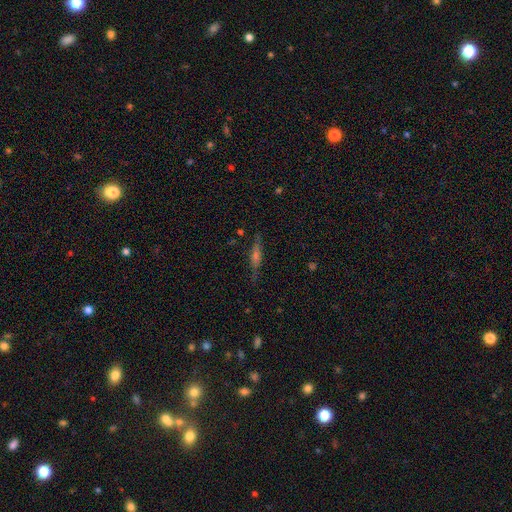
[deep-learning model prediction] Smooth or featured? Predicted: featured or disk (p=0.62). Edge-on disk? Predicted: yes (p=0.95). Edge-on bulge? Predicted: rounded (p=0.67). Merging? Predicted: none (p=0.84).